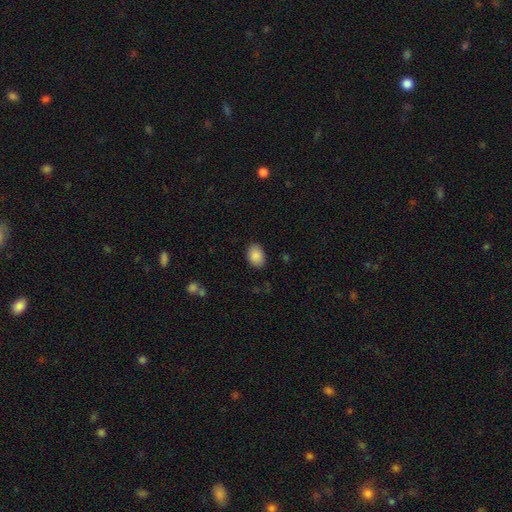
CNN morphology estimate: type=smooth (89%); roundness=in between (81%); merging=none (85%).